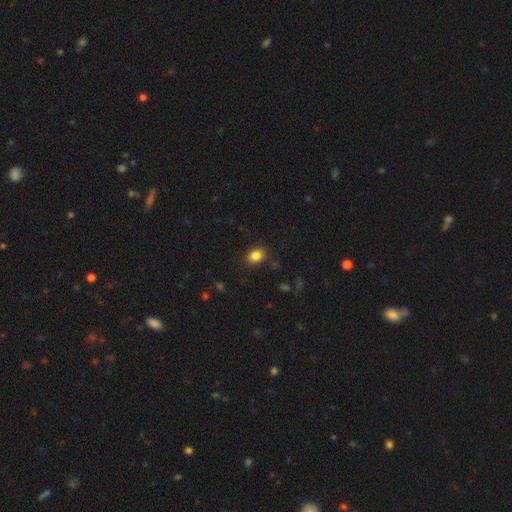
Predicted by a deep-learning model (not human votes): This appears to be a smooth galaxy with no disk features (85%) that is in between round and cigar-shaped (60%). Merging: none (86%).